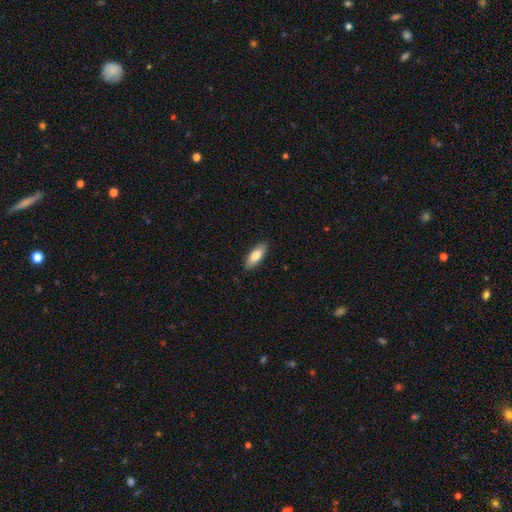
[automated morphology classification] smooth_or_featured: smooth (p=0.78) [alt: featured or disk p=0.17]
how_rounded: in between (p=0.73) [alt: cigar-shaped p=0.25]
merging: none (p=0.89) [alt: minor disturbance p=0.08]